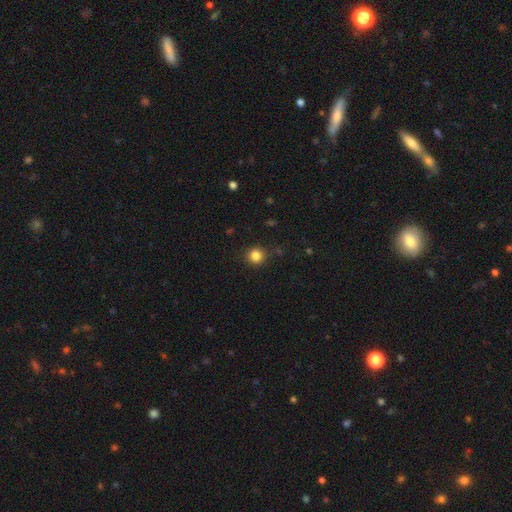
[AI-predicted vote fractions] smooth-or-featured: smooth: 84% | star or artifact: 12% | featured or disk: 4%
  how-rounded: round: 92% | in between: 7% | cigar-shaped: 1%
  merging: none: 88% | minor disturbance: 8% | major disturbance: 2% | merger: 1%